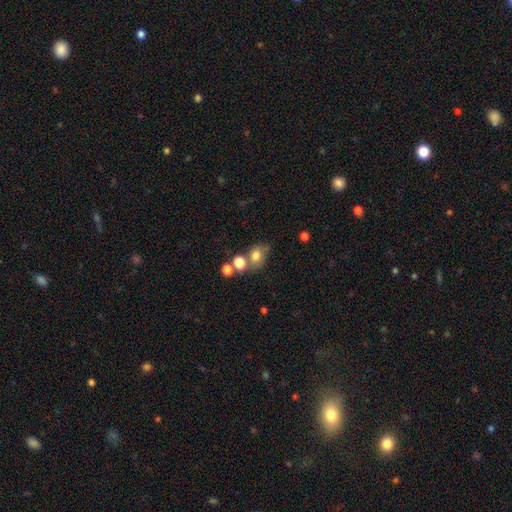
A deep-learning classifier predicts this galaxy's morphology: This appears to be a smooth galaxy with no disk features (74%) that is in between round and cigar-shaped (58%). Merging: none (44%).